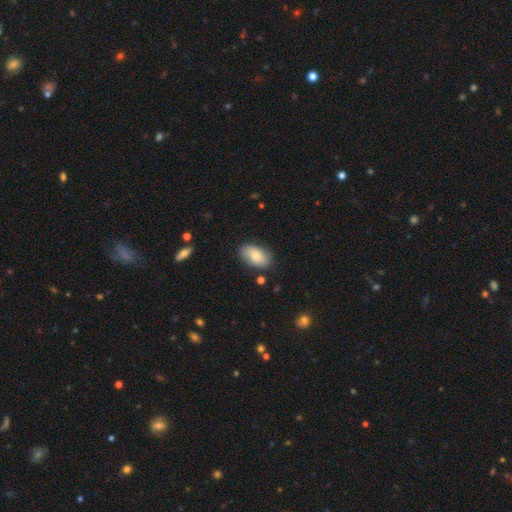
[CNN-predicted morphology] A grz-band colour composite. It shows a smooth galaxy with no disk features (75%) that is in between round and cigar-shaped (93%). Merging: none (80%).